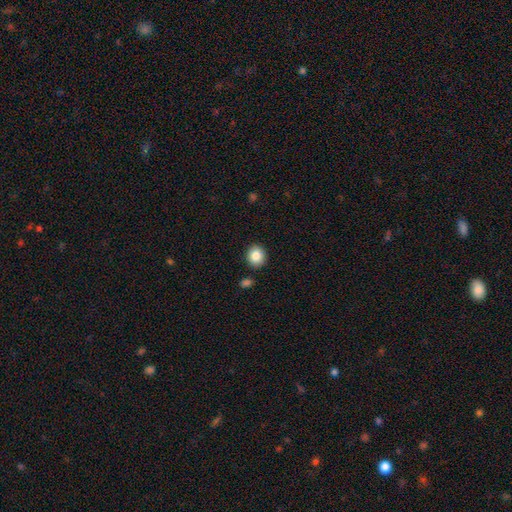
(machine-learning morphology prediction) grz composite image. It shows a smooth galaxy with no disk features (86%) that is round (79%). Merging: none (89%).